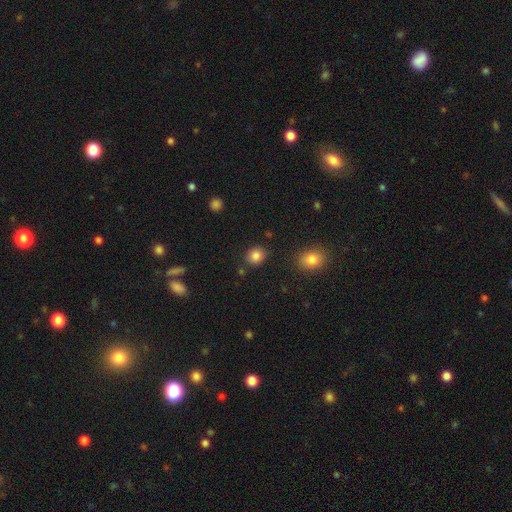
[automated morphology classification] Overall: smooth (86%). How rounded: round (67%; in between 32%). Merging: none (84%).